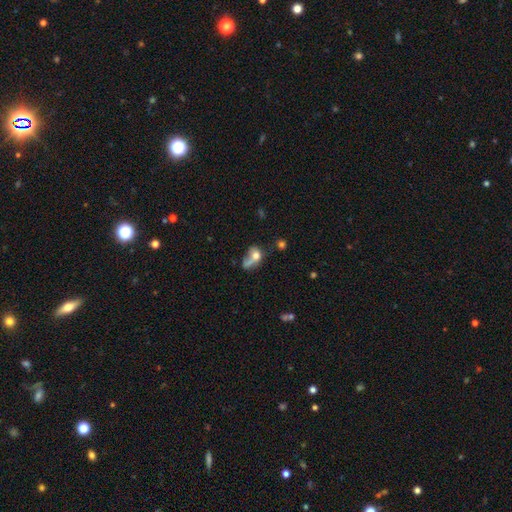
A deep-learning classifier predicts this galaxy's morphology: This appears to be a smooth galaxy with no disk features (64%) that is in between round and cigar-shaped (59%). Merging: merger (33%).